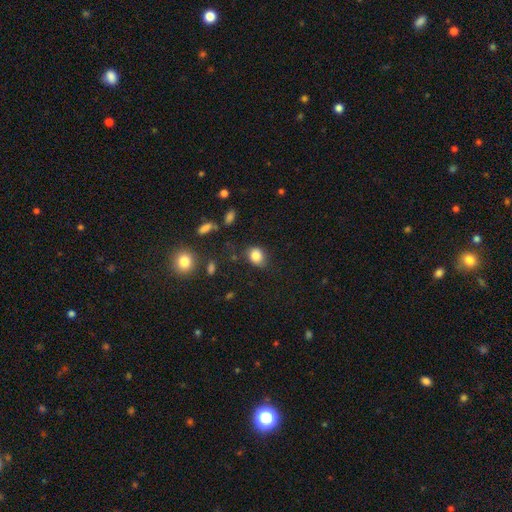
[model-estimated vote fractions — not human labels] smooth_or_featured: smooth (p=0.84) [alt: star or artifact p=0.10]
how_rounded: in between (p=0.52) [alt: round p=0.47]
merging: none (p=0.74) [alt: minor disturbance p=0.19]